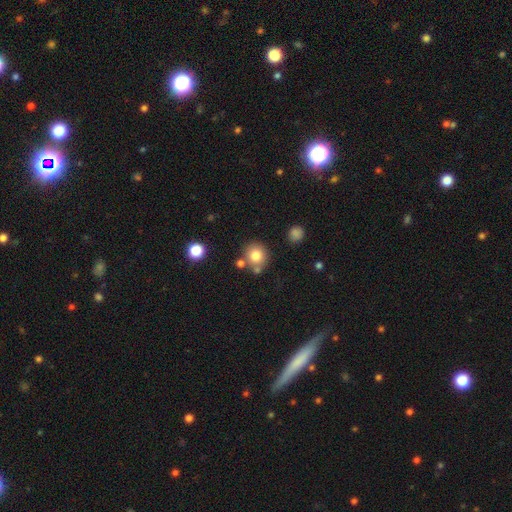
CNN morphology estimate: Smooth or featured?
  - smooth: 79% *
  - star or artifact: 12%
  - featured or disk: 10%
How rounded?
  - round: 86% *
  - in between: 13%
  - cigar-shaped: 1%
Merging?
  - none: 72% *
  - merger: 14%
  - minor disturbance: 10%
  - major disturbance: 3%